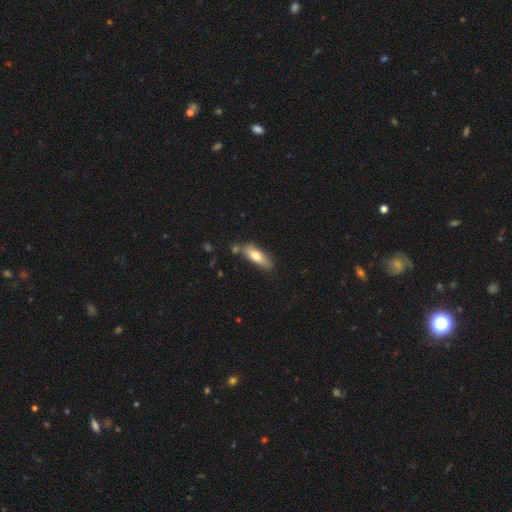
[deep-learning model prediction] The model was most divided on "how rounded": in between: 57%, cigar-shaped: 41%, round: 2%. More confident: merging — none (71%); smooth or featured — smooth (67%).